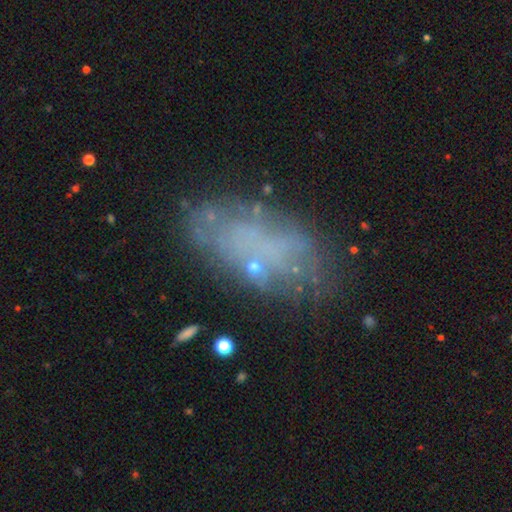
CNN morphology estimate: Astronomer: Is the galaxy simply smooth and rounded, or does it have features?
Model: smooth — 43% (runner-up: featured or disk, 42%).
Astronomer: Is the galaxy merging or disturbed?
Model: none — 63%.